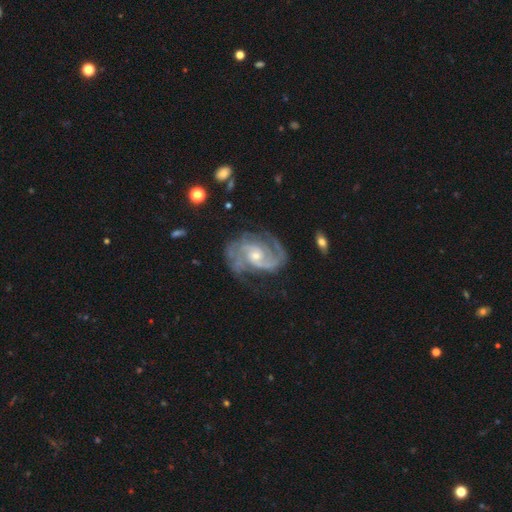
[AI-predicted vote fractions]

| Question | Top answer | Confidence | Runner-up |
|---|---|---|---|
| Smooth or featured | featured or disk | 91% | star or artifact (5%) |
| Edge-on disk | no | 98% | yes (2%) |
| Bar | no | 55% | weak (35%) |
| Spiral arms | yes | 98% | no (2%) |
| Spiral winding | medium | 50% | tight (38%) |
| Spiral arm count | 2 | 70% | 3 (12%) |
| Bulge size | small | 50% | moderate (46%) |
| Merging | none | 68% | minor disturbance (19%) |